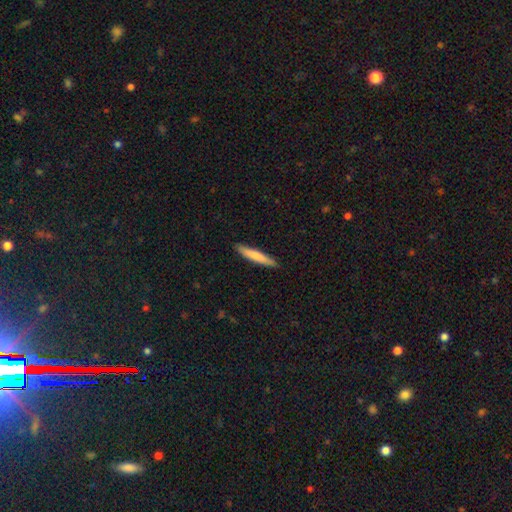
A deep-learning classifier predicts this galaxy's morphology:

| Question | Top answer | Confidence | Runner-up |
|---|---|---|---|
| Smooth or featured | smooth | 76% | featured or disk (19%) |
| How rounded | cigar-shaped | 93% | in between (6%) |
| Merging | none | 90% | minor disturbance (8%) |